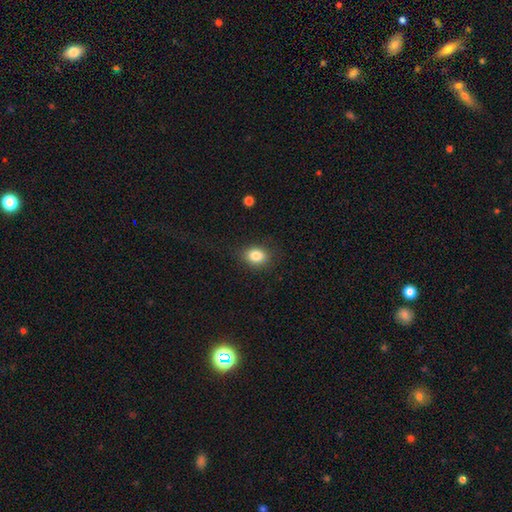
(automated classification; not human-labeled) A smooth galaxy with no disk features (85%) that is in between round and cigar-shaped (58%).

Vote fractions:
- Smooth or featured? smooth: 85% / star or artifact: 9% / featured or disk: 6%
- How rounded? in between: 58% / round: 41% / cigar-shaped: 1%
- Merging? none: 84% / minor disturbance: 11% / major disturbance: 3% / merger: 1%